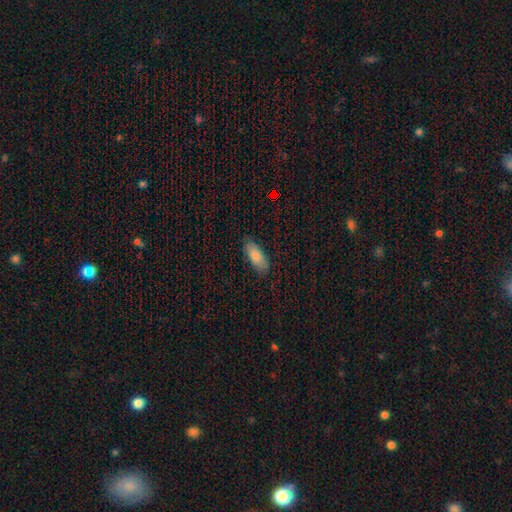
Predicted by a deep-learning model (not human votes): Smooth or featured? Predicted: smooth (p=0.83). How rounded? Predicted: in between (p=0.81). Merging? Predicted: none (p=0.83).